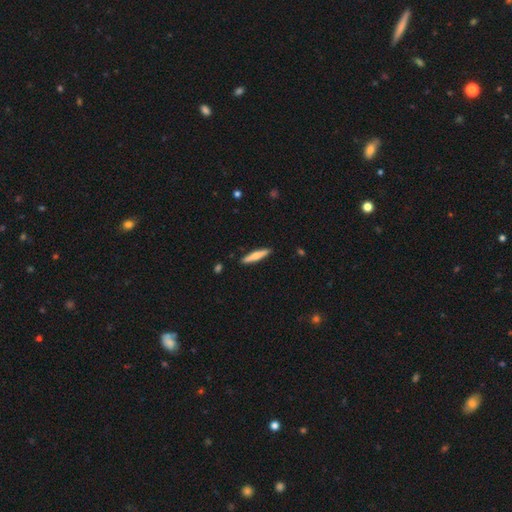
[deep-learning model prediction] A smooth galaxy with no disk features (62%) that is cigar-shaped (88%). Merging: none (90%).